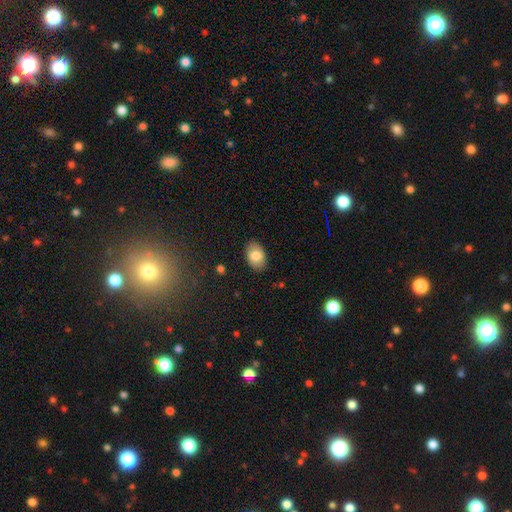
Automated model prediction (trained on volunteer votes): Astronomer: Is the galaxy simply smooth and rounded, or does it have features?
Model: smooth — 81%.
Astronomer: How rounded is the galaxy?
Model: in between — 87%.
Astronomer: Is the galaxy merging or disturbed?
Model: none — 86%.